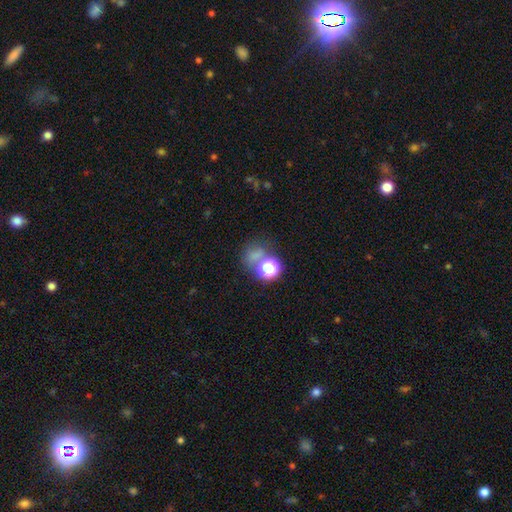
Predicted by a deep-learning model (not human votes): Smooth or featured?
  - smooth: 57% *
  - star or artifact: 34%
  - featured or disk: 9%
How rounded?
  - round: 67% *
  - in between: 32%
  - cigar-shaped: 1%
Merging?
  - none: 53% *
  - merger: 21%
  - minor disturbance: 14%
  - major disturbance: 12%